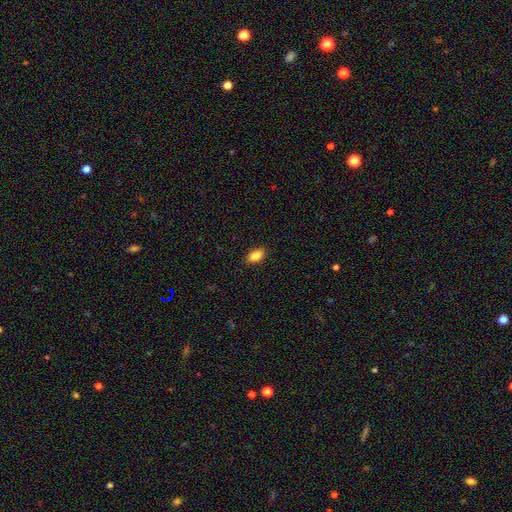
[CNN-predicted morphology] smooth-or-featured: smooth: 88% | star or artifact: 8% | featured or disk: 4%
  how-rounded: in between: 91% | round: 6% | cigar-shaped: 3%
  merging: none: 88% | minor disturbance: 9% | major disturbance: 2% | merger: 1%